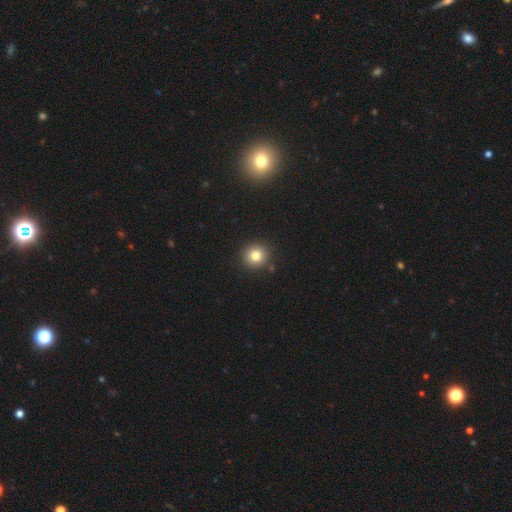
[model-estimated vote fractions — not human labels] The model was most divided on "smooth or featured": smooth: 81%, star or artifact: 12%, featured or disk: 7%. More confident: how rounded — round (94%); merging — none (89%).